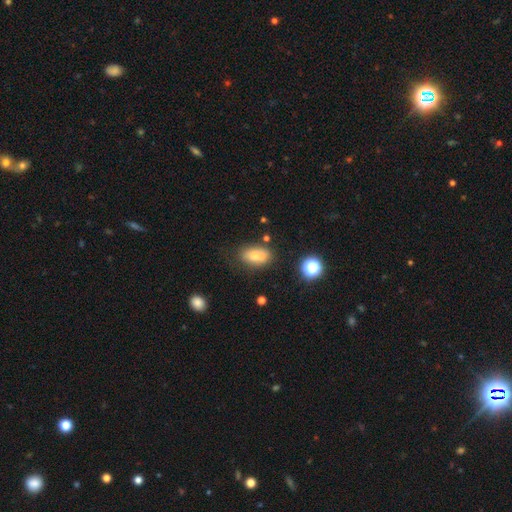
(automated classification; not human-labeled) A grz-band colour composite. It shows a smooth galaxy with no disk features (71%) that is in between round and cigar-shaped (87%). Merging: none (68%).